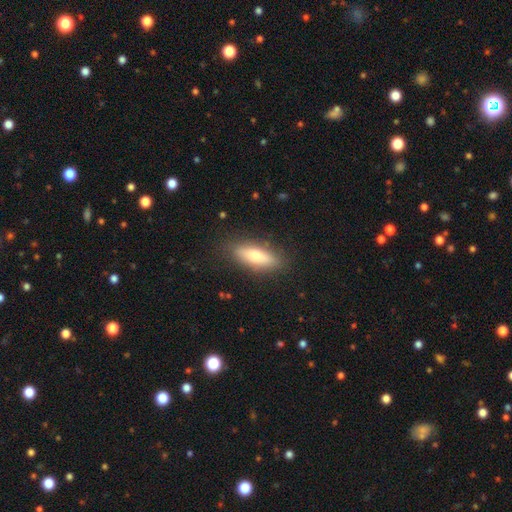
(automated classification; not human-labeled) This appears to be a smooth galaxy with no disk features (67%) that is in between round and cigar-shaped (55%). Merging: none (85%).